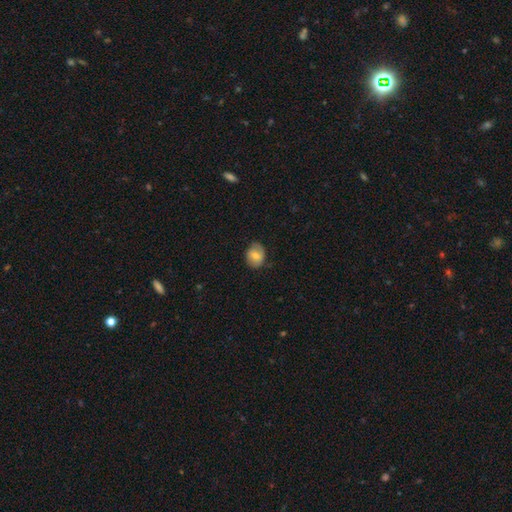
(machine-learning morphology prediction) Smooth or featured: smooth — 67% (featured or disk — 25%)
How rounded: in between — 50% (tied with round — 50%)
Merging: none — 73% (minor disturbance — 22%)